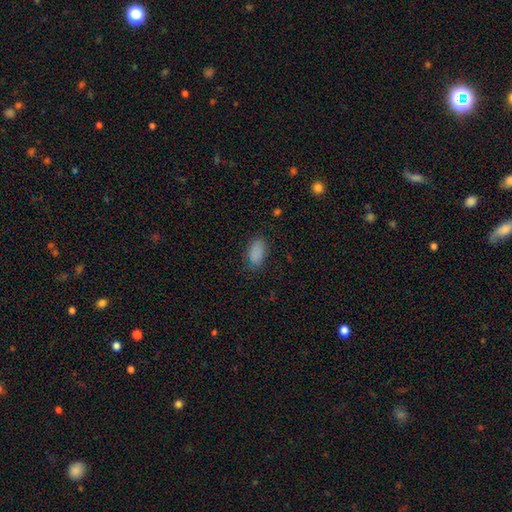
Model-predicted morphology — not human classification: The model was most divided on "merging": none: 78%, minor disturbance: 16%, major disturbance: 5%, merger: 1%. More confident: how rounded — in between (93%); smooth or featured — smooth (86%).